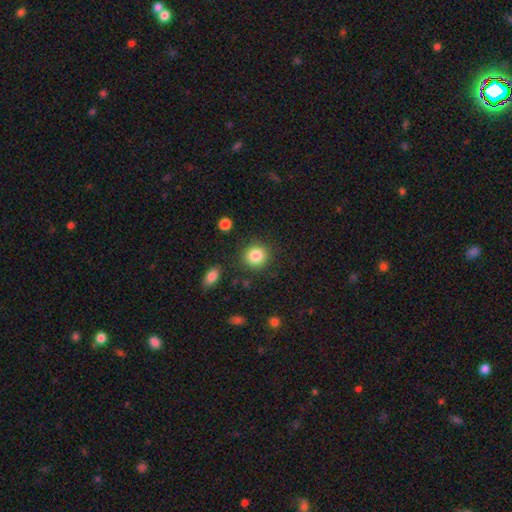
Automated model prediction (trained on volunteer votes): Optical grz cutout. It shows a smooth galaxy with no disk features (84%) that is round (88%). Merging: none (86%).